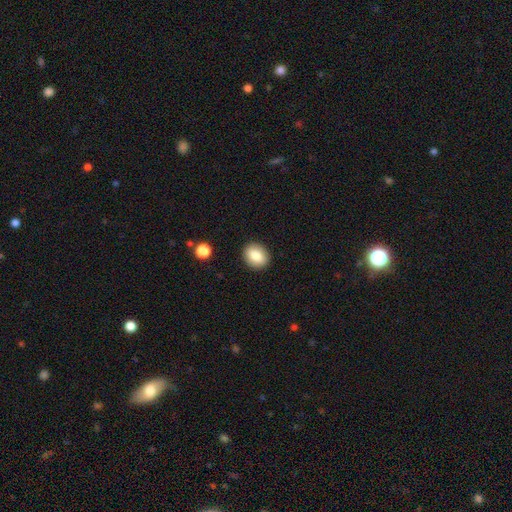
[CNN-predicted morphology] type=smooth (82%); roundness=round (57%); merging=none (90%).